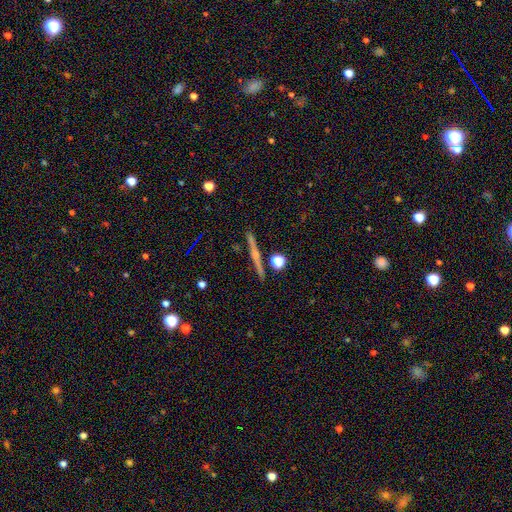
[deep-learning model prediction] This appears to be a featured or disk galaxy (65%) viewed edge-on (98%) with a rounded central bulge (66%). Merging: none (89%).